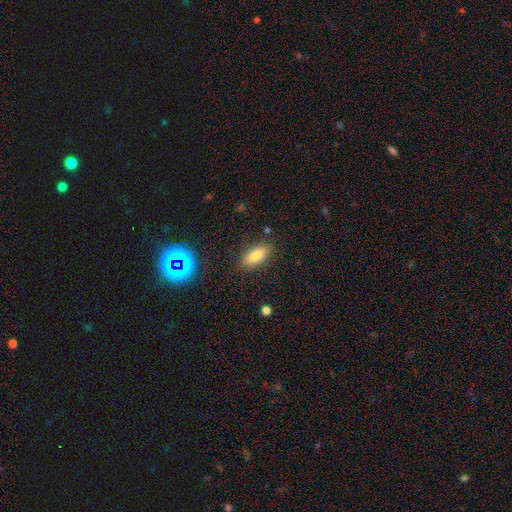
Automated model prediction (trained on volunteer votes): This is clearly a smooth galaxy (81%). How rounded: clearly in between (86%). Merging: clearly none (85%).